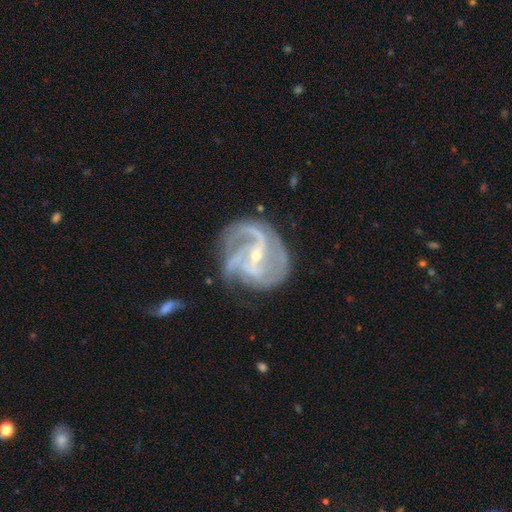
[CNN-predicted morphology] Smooth or featured: featured or disk — 91% (star or artifact — 5%)
Edge-on disk: no — 98% (yes — 2%)
Bar: weak — 40% (strong — 39%)
Spiral arms: yes — 97% (no — 3%)
Spiral winding: medium — 52% (tight — 28%)
Spiral arm count: 3 — 37% (2 — 26%)
Bulge size: small — 74% (moderate — 22%)
Merging: none — 60% (minor disturbance — 22%)